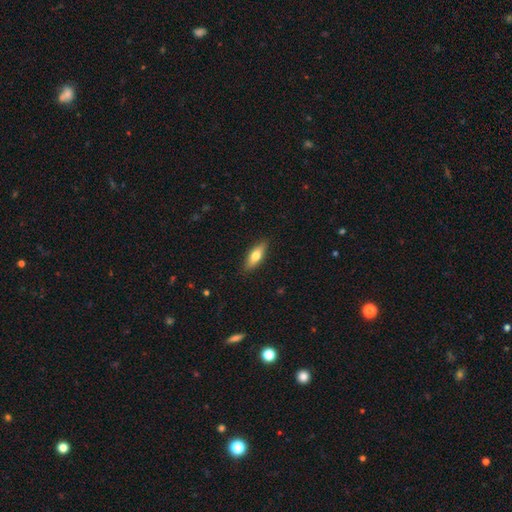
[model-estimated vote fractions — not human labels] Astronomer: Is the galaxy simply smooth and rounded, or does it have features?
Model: smooth — 66%.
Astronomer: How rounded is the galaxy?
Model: in between — 60% (runner-up: cigar-shaped, 37%).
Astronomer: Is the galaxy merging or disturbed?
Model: none — 88%.